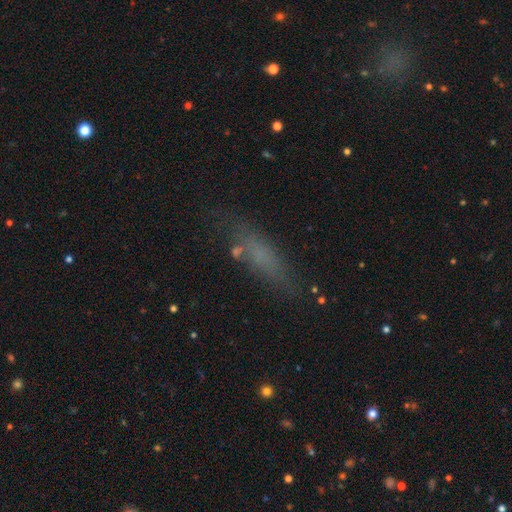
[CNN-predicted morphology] smooth-or-featured: smooth: 59% | featured or disk: 23% | star or artifact: 18%
  how-rounded: cigar-shaped: 61% | in between: 36% | round: 3%
  merging: none: 68% | minor disturbance: 18% | major disturbance: 9% | merger: 4%